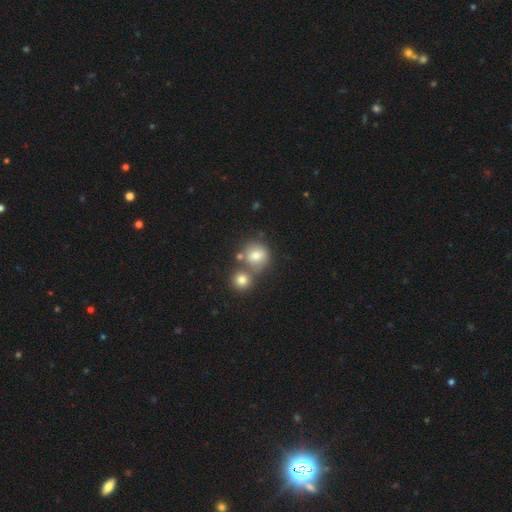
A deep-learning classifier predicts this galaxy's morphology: smooth-or-featured: smooth: 75% | featured or disk: 13% | star or artifact: 12%
  how-rounded: round: 78% | in between: 21% | cigar-shaped: 1%
  merging: none: 47% | merger: 37% | minor disturbance: 11% | major disturbance: 4%